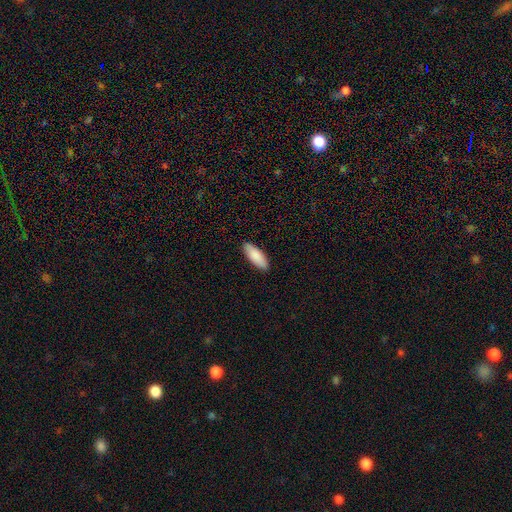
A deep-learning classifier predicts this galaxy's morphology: smooth_or_featured: smooth (p=0.89) [alt: featured or disk p=0.06]
how_rounded: in between (p=0.73) [alt: cigar-shaped p=0.25]
merging: none (p=0.90) [alt: minor disturbance p=0.08]